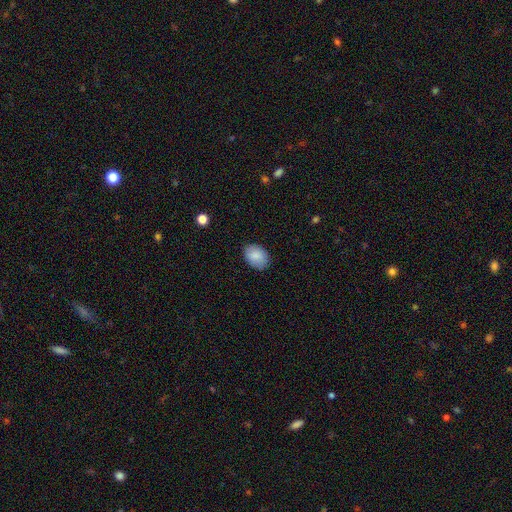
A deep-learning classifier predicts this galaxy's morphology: This is clearly a smooth galaxy (87%). How rounded: clearly in between (83%). Merging: clearly none (85%).